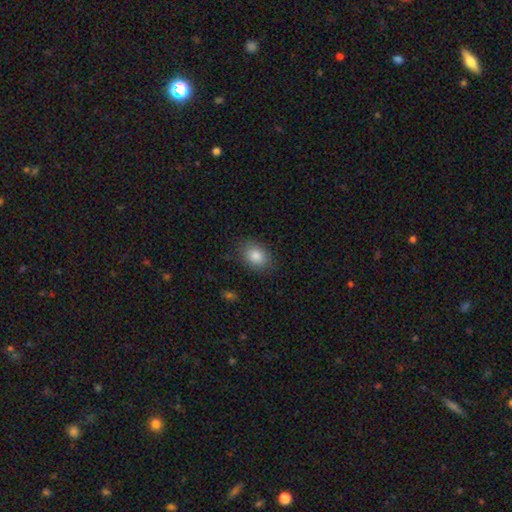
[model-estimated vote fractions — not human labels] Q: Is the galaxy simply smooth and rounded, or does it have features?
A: smooth — 84%.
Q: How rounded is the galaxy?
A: in between — 69%.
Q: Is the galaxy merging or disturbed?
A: none — 83%.